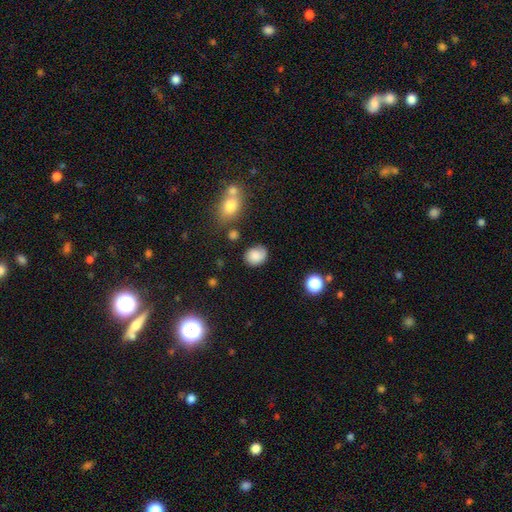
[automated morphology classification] Smooth or featured? Predicted: smooth (p=0.77). How rounded? Predicted: round (p=0.55). Merging? Predicted: none (p=0.68).